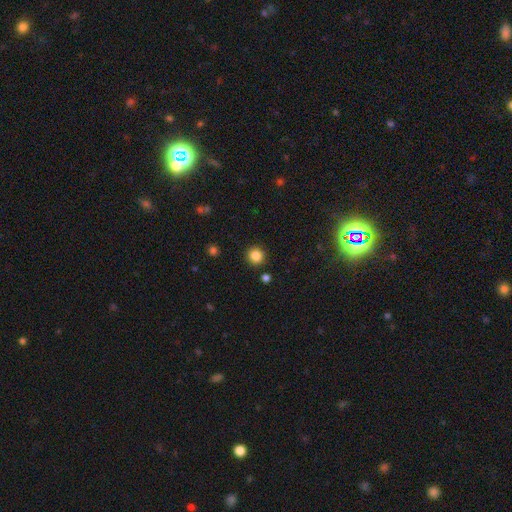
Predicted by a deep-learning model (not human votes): Smooth or featured? smooth (84%)
How rounded? round (94%)
Merging? none (90%)